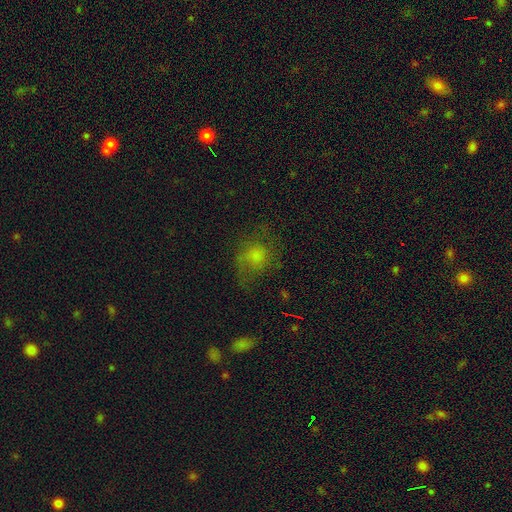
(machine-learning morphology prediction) Overall: smooth (51%; featured or disk 30%). How rounded: round (68%; in between 30%). Merging: none (54%; minor disturbance 22%).